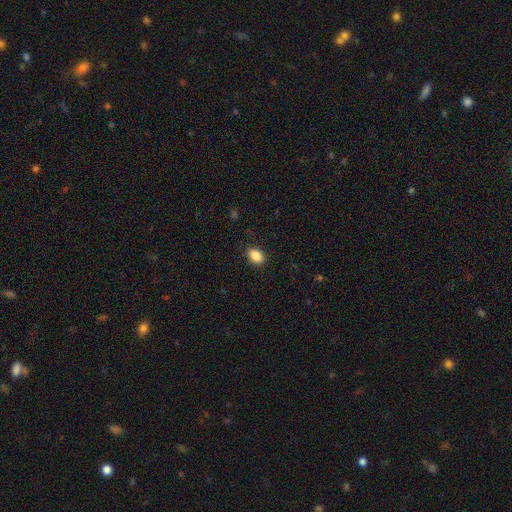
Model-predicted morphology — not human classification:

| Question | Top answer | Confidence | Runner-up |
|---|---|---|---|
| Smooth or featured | smooth | 88% | star or artifact (8%) |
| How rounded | in between | 83% | round (16%) |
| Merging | none | 87% | minor disturbance (9%) |